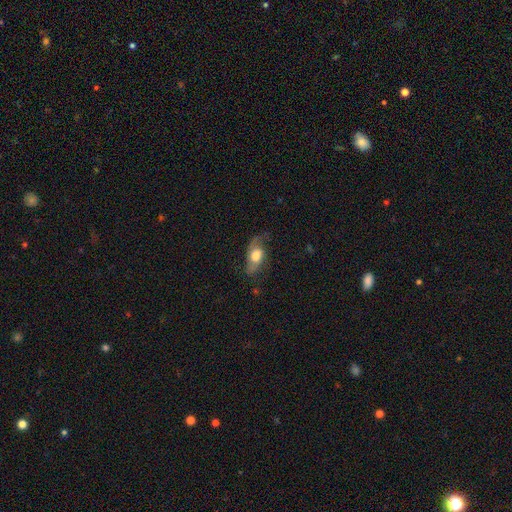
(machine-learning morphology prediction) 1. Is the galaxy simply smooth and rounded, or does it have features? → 53% featured or disk, 39% smooth, 7% star or artifact.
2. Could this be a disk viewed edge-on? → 88% no, 12% yes.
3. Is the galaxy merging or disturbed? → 56% none, 25% minor disturbance, 18% major disturbance, 2% merger.